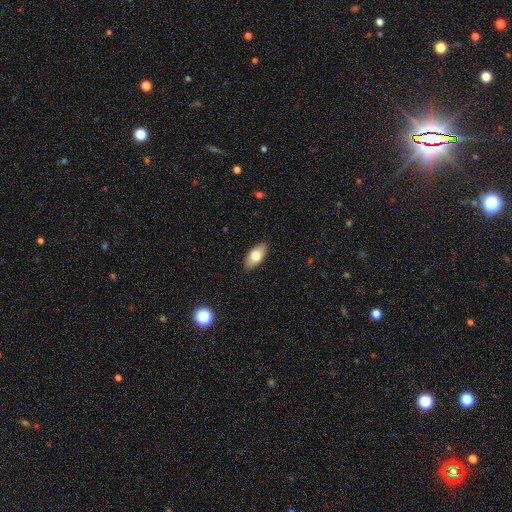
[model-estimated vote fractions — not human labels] Smooth or featured: smooth — 74% (featured or disk — 20%)
How rounded: in between — 89% (cigar-shaped — 8%)
Merging: none — 88% (minor disturbance — 9%)